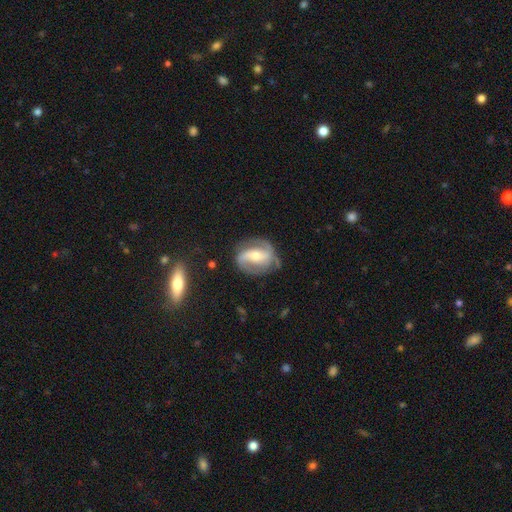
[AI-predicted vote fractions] Smooth or featured?
  - featured or disk: 82% *
  - smooth: 12%
  - star or artifact: 6%
Edge-on disk?
  - no: 96% *
  - yes: 4%
Bar?
  - strong: 41% *
  - weak: 33%
  - no: 26%
Spiral arms?
  - yes: 92% *
  - no: 8%
Spiral winding?
  - medium: 45% *
  - loose: 31%
  - tight: 25%
Spiral arm count?
  - 2: 87% *
  - can't tell: 6%
  - 1: 3%
  - 3: 2%
  - 4: 1%
  - more than 4: 1%
Bulge size?
  - moderate: 53% *
  - small: 42%
  - large: 3%
  - none: 1%
  - dominant: 1%
Merging?
  - none: 72% *
  - minor disturbance: 18%
  - major disturbance: 8%
  - merger: 2%